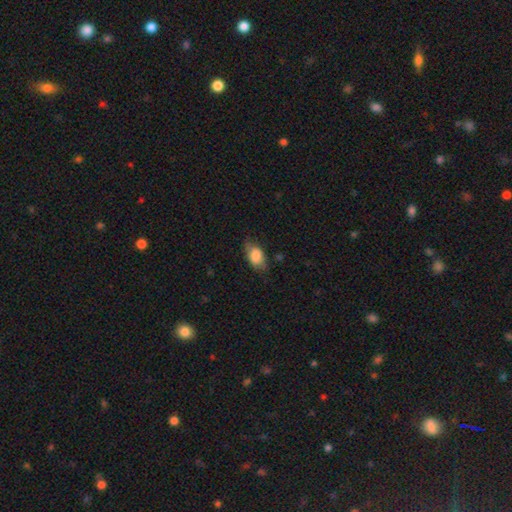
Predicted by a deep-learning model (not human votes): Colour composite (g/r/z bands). It shows a smooth galaxy with no disk features (80%) that is in between round and cigar-shaped (88%). Merging: none (71%).